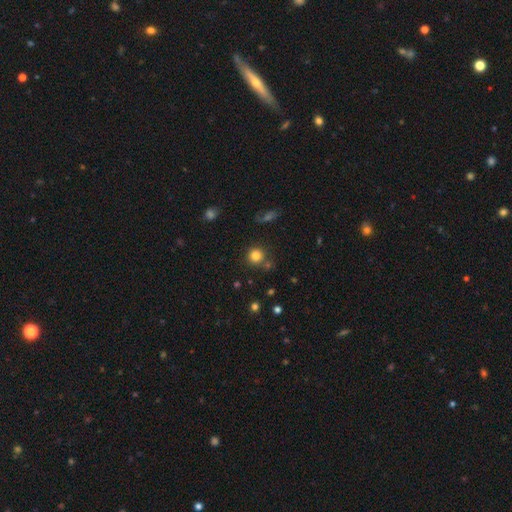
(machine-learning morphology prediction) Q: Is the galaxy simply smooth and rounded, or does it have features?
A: smooth — 81%.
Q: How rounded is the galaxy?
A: round — 93%.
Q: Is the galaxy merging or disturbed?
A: none — 79%.